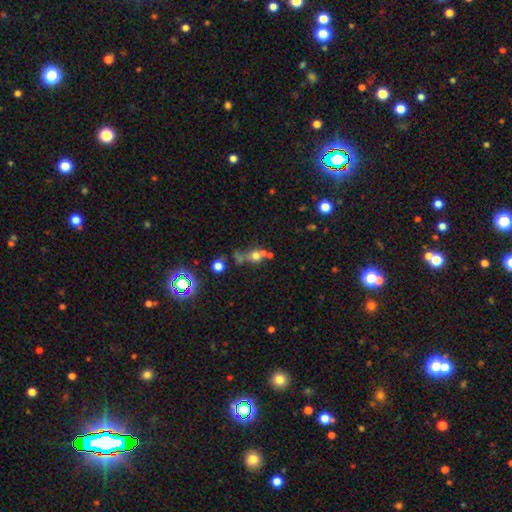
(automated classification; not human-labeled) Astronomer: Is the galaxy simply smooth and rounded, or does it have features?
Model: smooth — 53%.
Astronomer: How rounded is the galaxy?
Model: round — 70%.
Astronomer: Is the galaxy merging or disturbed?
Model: none — 40% (runner-up: merger, 38%).